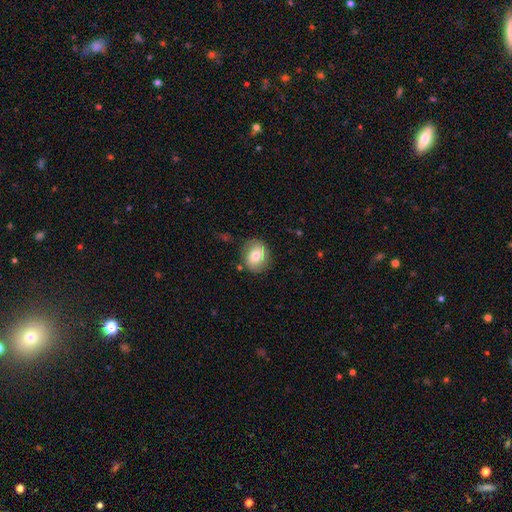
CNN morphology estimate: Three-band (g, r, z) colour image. It shows a smooth galaxy with no disk features (72%) that is round (61%). Merging: none (80%).